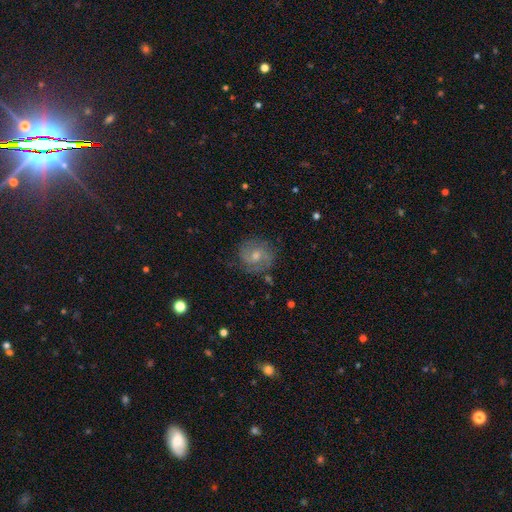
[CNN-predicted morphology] Smooth or featured? featured or disk (68%)
Edge-on disk? no (97%)
Bar? no (57%)
Spiral arms? yes (91%)
Spiral winding? tight (48%)
Spiral arm count? 2 (58%)
Bulge size? moderate (57%)
Merging? none (79%)